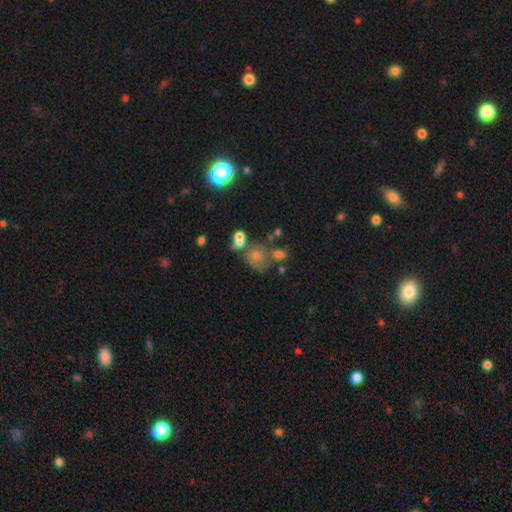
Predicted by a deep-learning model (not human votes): A smooth galaxy with no disk features (45%).

Vote fractions:
- Smooth or featured? smooth: 45% / featured or disk: 33% / star or artifact: 22%
- Merging? none: 40% / merger: 29% / minor disturbance: 16% / major disturbance: 14%